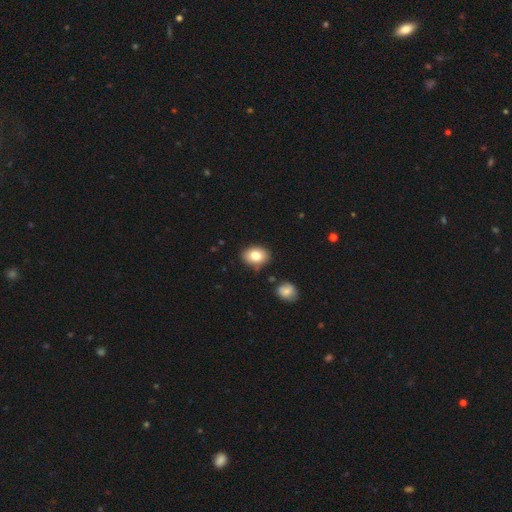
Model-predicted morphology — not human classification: smooth-or-featured: smooth: 81% | featured or disk: 10% | star or artifact: 9%
  how-rounded: in between: 66% | round: 33% | cigar-shaped: 1%
  merging: none: 82% | minor disturbance: 12% | merger: 3% | major disturbance: 2%